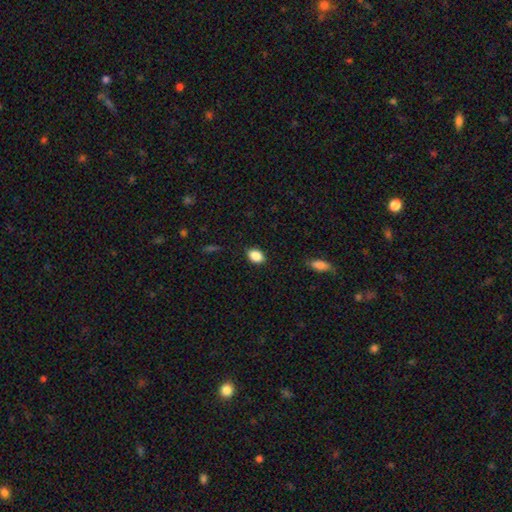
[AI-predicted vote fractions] smooth-or-featured: smooth: 87% | star or artifact: 8% | featured or disk: 4%
  how-rounded: in between: 76% | round: 23% | cigar-shaped: 1%
  merging: none: 85% | minor disturbance: 11% | major disturbance: 2% | merger: 1%